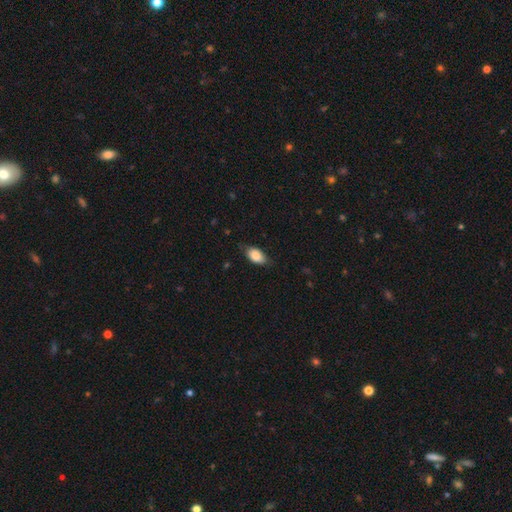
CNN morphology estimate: Smooth or featured? Predicted: smooth (p=0.84). How rounded? Predicted: in between (p=0.90). Merging? Predicted: none (p=0.71).